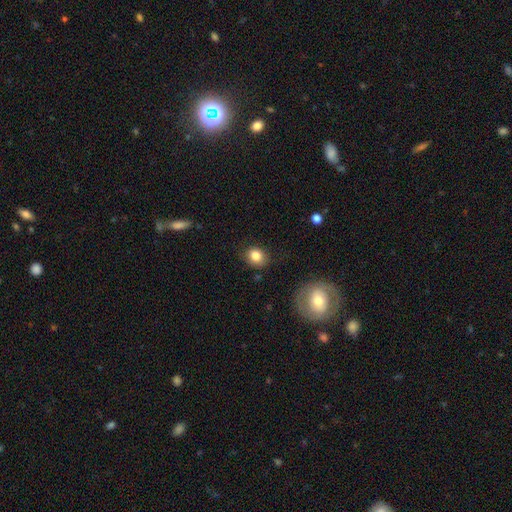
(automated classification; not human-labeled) A smooth galaxy with no disk features (83%) that is round (63%). Merging: none (81%).